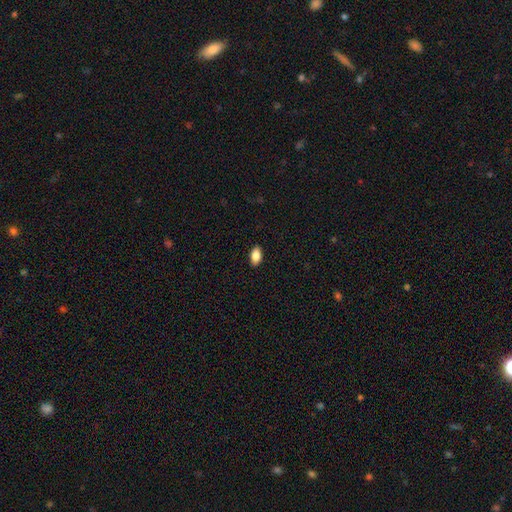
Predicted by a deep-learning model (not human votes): Q: Smooth or featured?
A: smooth (86%); runner-up: star or artifact (7%)
Q: How rounded?
A: in between (92%); runner-up: round (5%)
Q: Merging?
A: none (89%); runner-up: minor disturbance (8%)